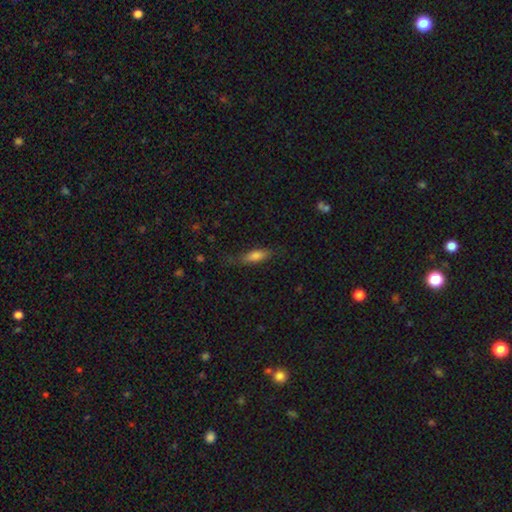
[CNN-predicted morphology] Smooth or featured: smooth — 75% (featured or disk — 17%)
How rounded: in between — 54% (cigar-shaped — 43%)
Merging: none — 67% (minor disturbance — 23%)